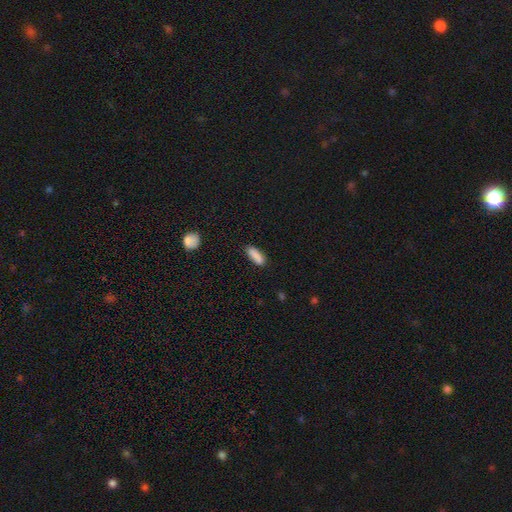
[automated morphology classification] Q: Smooth or featured?
A: smooth (87%); runner-up: star or artifact (7%)
Q: How rounded?
A: in between (56%); runner-up: cigar-shaped (41%)
Q: Merging?
A: none (81%); runner-up: minor disturbance (14%)